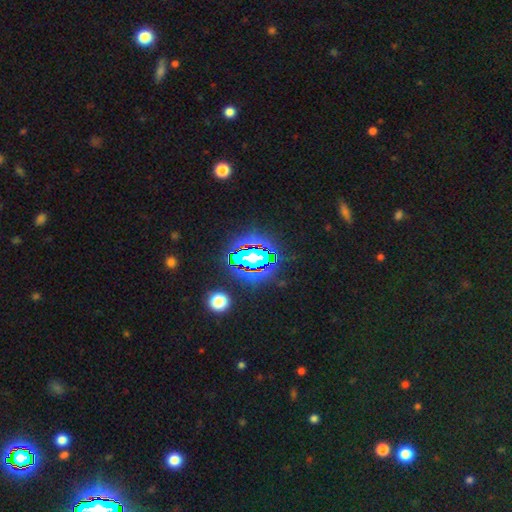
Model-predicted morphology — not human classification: This appears to be a star or artifact, not a galaxy (65%).